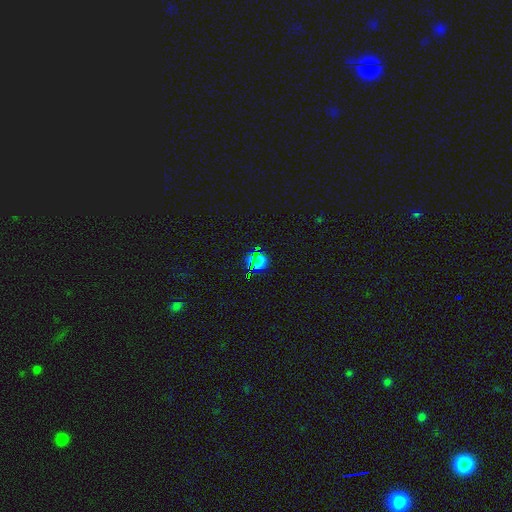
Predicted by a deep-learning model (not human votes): Overall: smooth (46%; star or artifact 45%). Merging: none (81%).